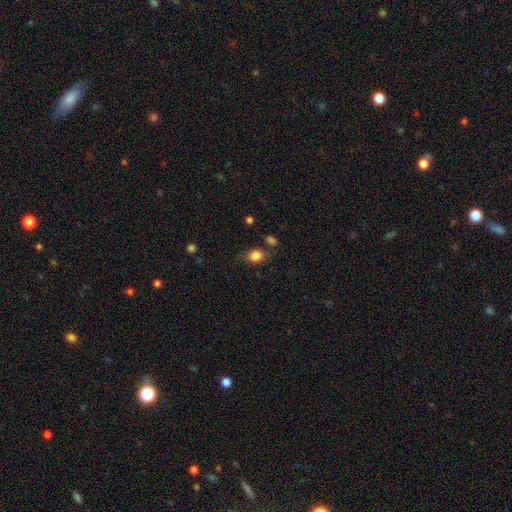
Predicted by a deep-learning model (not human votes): Smooth or featured: smooth — 84% (star or artifact — 10%)
How rounded: in between — 56% (round — 43%)
Merging: none — 68% (minor disturbance — 20%)